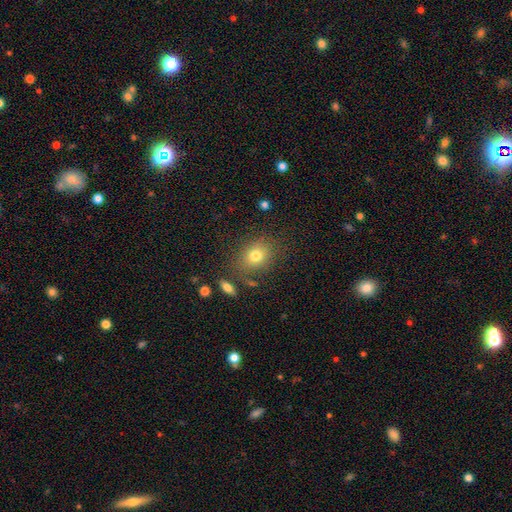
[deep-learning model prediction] This is likely a smooth galaxy (76%). How rounded: possibly round (51%). Merging: likely none (76%).